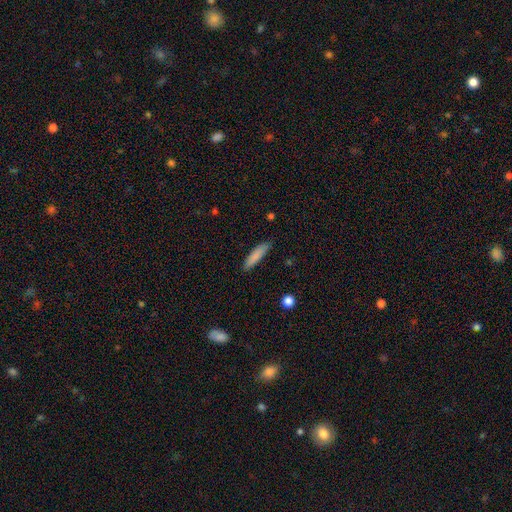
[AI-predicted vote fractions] Morphology: type=smooth (84%); roundness=cigar-shaped (77%); merging=none (85%).